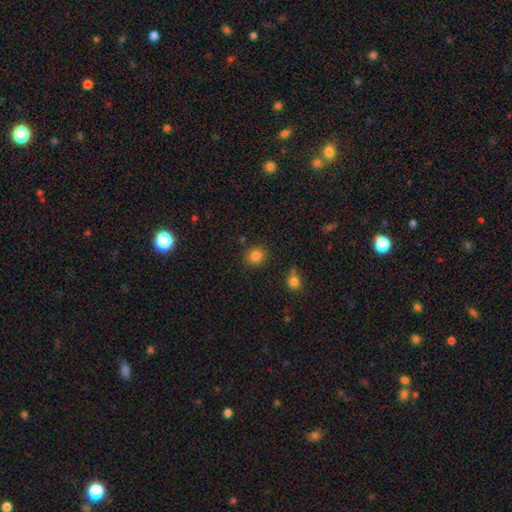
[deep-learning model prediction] Overall: smooth (83%). How rounded: round (82%). Merging: none (84%).